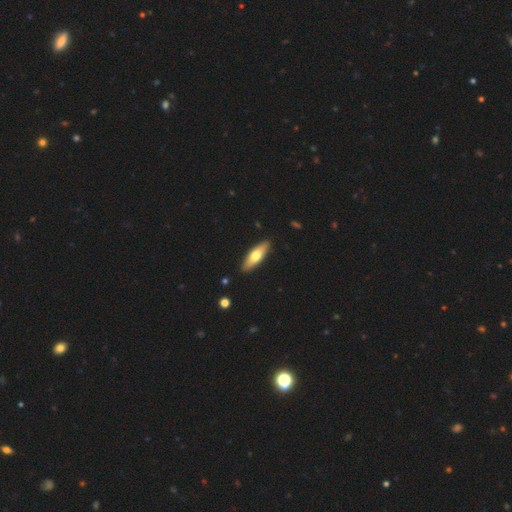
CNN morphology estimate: smooth 61%, featured or disk 34%, star or artifact 5%. Down the decision tree: how rounded — cigar-shaped (50%); merging — none (90%).